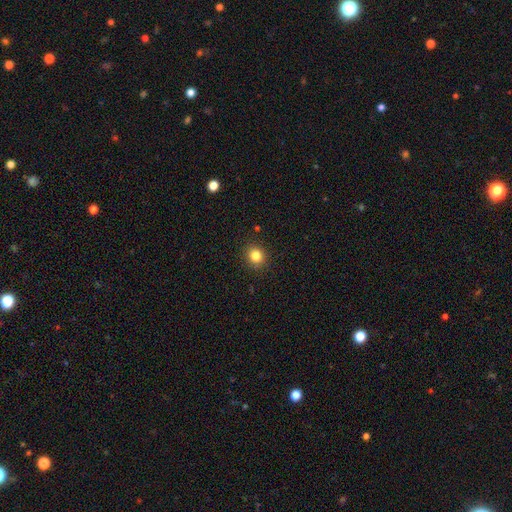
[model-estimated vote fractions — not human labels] Smooth or featured? smooth (83%)
How rounded? round (83%)
Merging? none (91%)